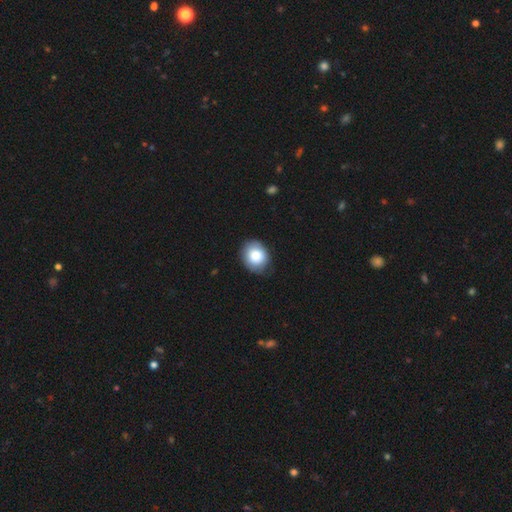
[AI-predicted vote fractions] Smooth or featured? smooth (82%)
How rounded? round (55%)
Merging? none (79%)